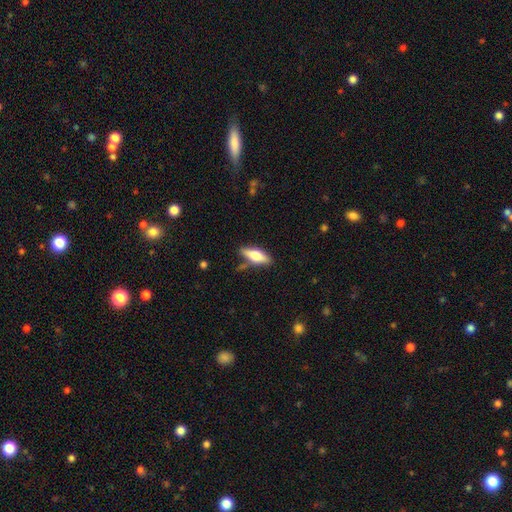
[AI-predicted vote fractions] The model was most divided on "smooth or featured": smooth: 56%, featured or disk: 37%, star or artifact: 6%. More confident: merging — none (77%); how rounded — in between (58%).